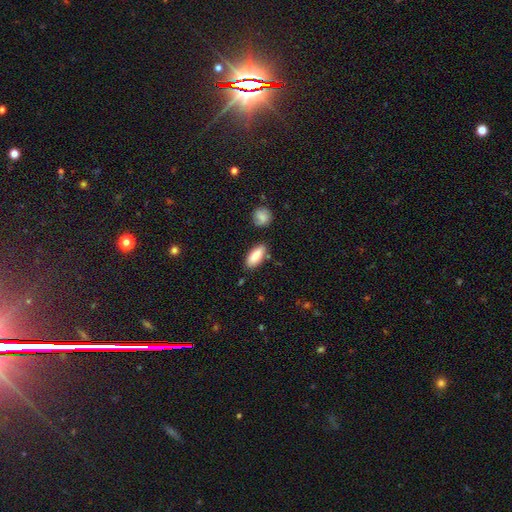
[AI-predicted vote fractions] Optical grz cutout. It shows a smooth galaxy with no disk features (85%) that is in between round and cigar-shaped (81%). Merging: none (81%).